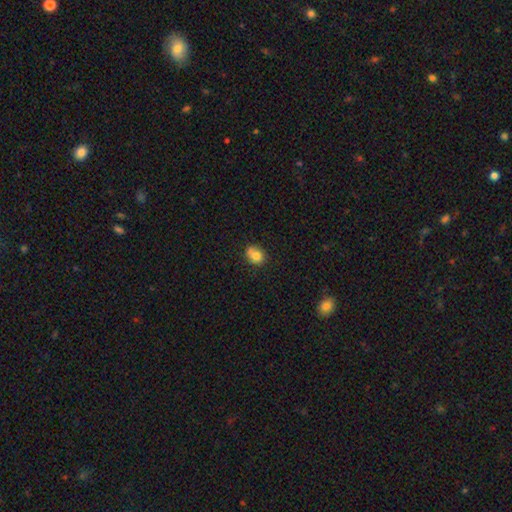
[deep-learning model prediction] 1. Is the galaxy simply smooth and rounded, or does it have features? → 78% smooth, 12% featured or disk, 10% star or artifact.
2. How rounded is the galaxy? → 60% round, 39% in between, 1% cigar-shaped.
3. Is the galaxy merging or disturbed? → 53% none, 25% minor disturbance, 15% merger, 7% major disturbance.